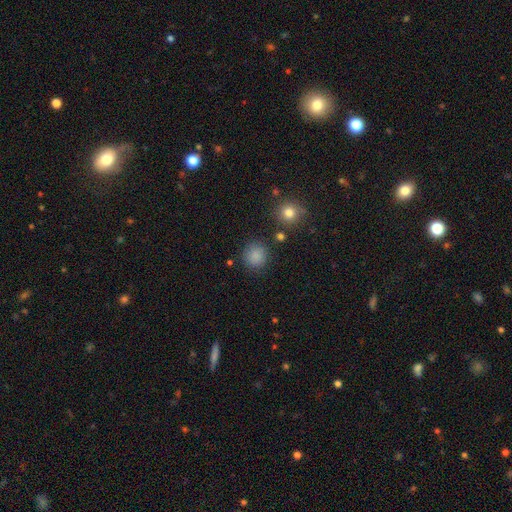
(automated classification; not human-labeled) The model was most divided on "smooth or featured": smooth: 86%, star or artifact: 10%, featured or disk: 4%. More confident: how rounded — round (92%); merging — none (85%).